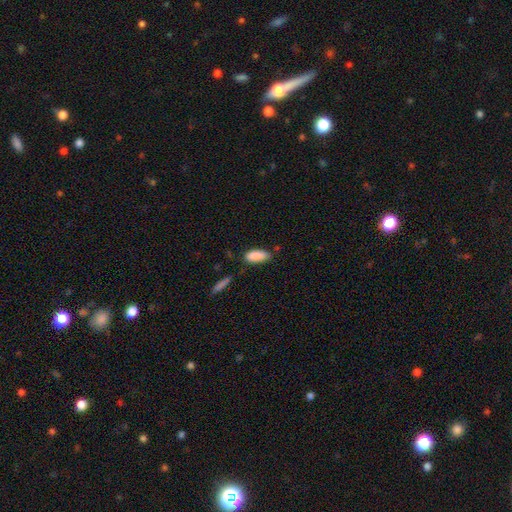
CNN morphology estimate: A smooth galaxy with no disk features (88%) that is in between round and cigar-shaped (83%). Merging: none (66%).